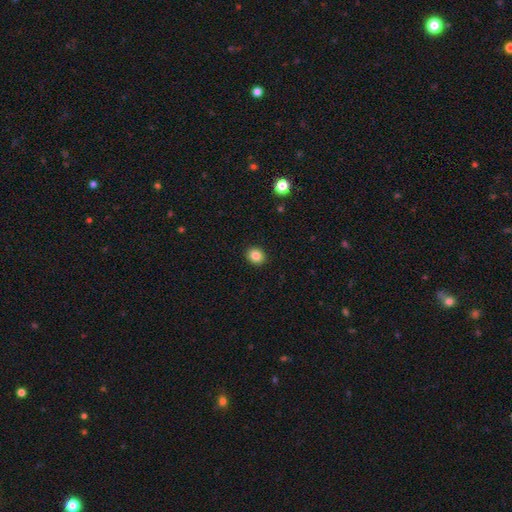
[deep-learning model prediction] smooth 85%, star or artifact 10%, featured or disk 5%. Down the decision tree: how rounded — round (76%); merging — none (92%).